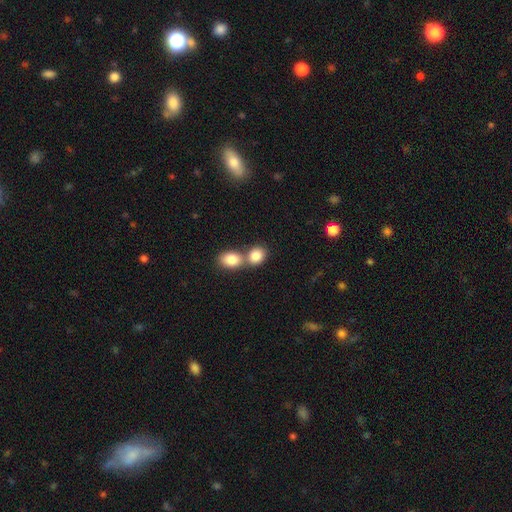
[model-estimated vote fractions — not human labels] This appears to be a smooth galaxy with no disk features (84%) that is in between round and cigar-shaped (51%). Merging: merger (57%).